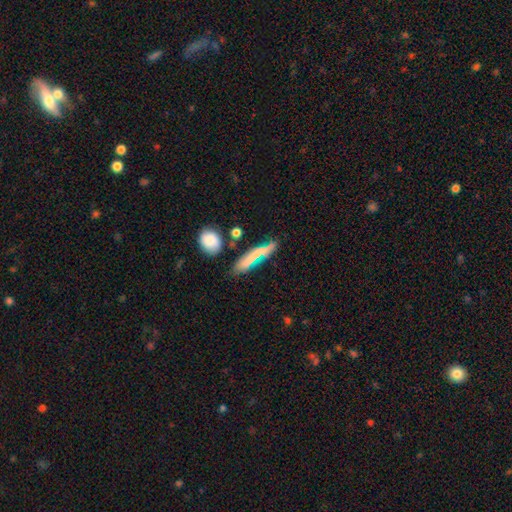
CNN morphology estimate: A smooth galaxy with no disk features (60%) that is cigar-shaped (84%).

Vote fractions:
- Smooth or featured? smooth: 60% / featured or disk: 31% / star or artifact: 8%
- How rounded? cigar-shaped: 84% / in between: 13% / round: 3%
- Merging? none: 63% / minor disturbance: 21% / merger: 9% / major disturbance: 7%